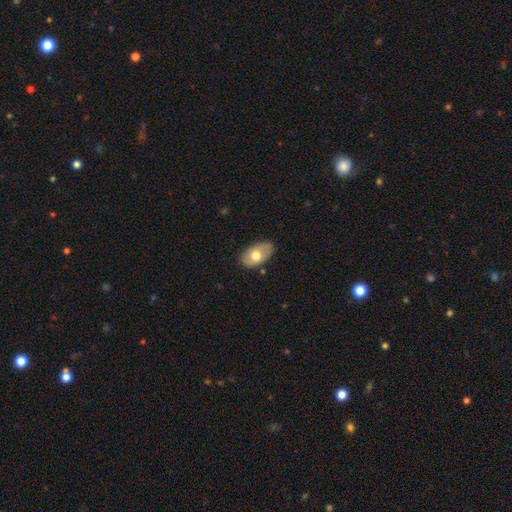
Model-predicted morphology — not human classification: smooth-or-featured: smooth: 66% | featured or disk: 28% | star or artifact: 6%
  how-rounded: in between: 92% | round: 6% | cigar-shaped: 2%
  merging: none: 77% | minor disturbance: 18% | major disturbance: 4% | merger: 2%